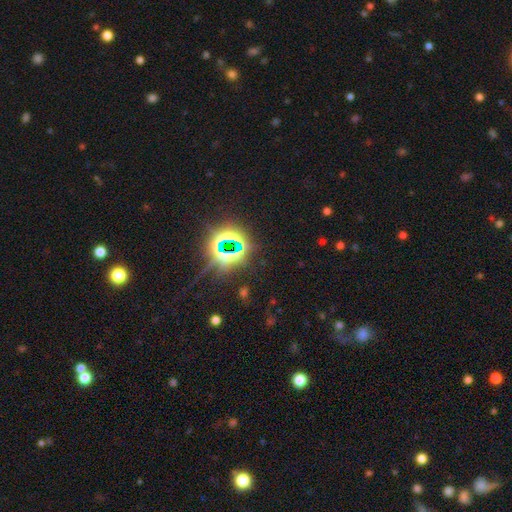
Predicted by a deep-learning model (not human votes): The model was most divided on "smooth or featured": star or artifact: 83%, smooth: 10%, featured or disk: 7%.